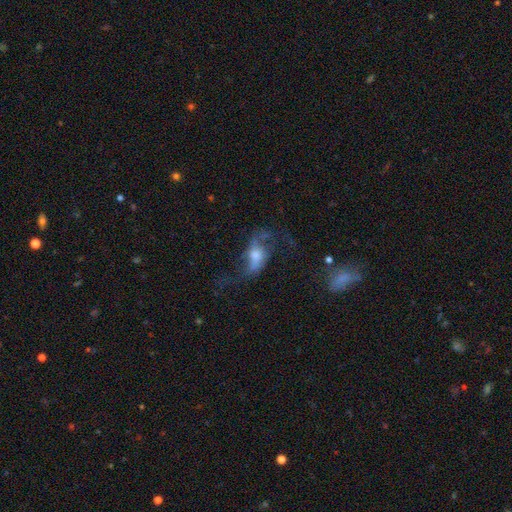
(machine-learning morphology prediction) Smooth or featured?
  - featured or disk: 68% *
  - smooth: 23%
  - star or artifact: 9%
Edge-on disk?
  - no: 91% *
  - yes: 9%
Bar?
  - no: 53% *
  - weak: 33%
  - strong: 13%
Spiral arms?
  - yes: 82% *
  - no: 18%
Spiral winding?
  - loose: 79% *
  - medium: 17%
  - tight: 4%
Spiral arm count?
  - 2: 85% *
  - can't tell: 5%
  - 1: 5%
  - 3: 2%
  - 4: 1%
  - more than 4: 1%
Bulge size?
  - moderate: 46% *
  - large: 24%
  - small: 20%
  - none: 7%
  - dominant: 4%
Merging?
  - none: 45% *
  - major disturbance: 33%
  - minor disturbance: 19%
  - merger: 4%